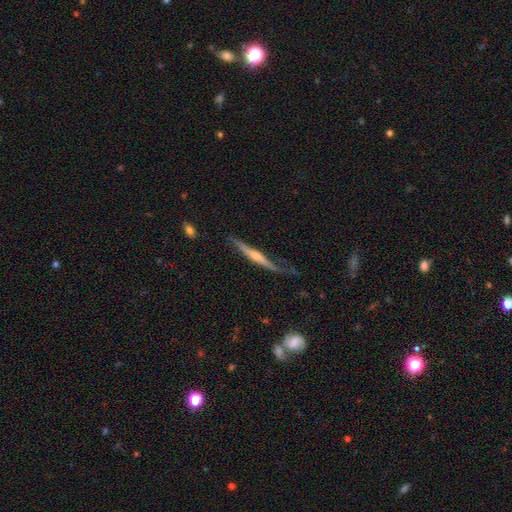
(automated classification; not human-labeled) A featured or disk galaxy (77%) viewed edge-on (95%) with a rounded central bulge (81%). Merging: none (67%).